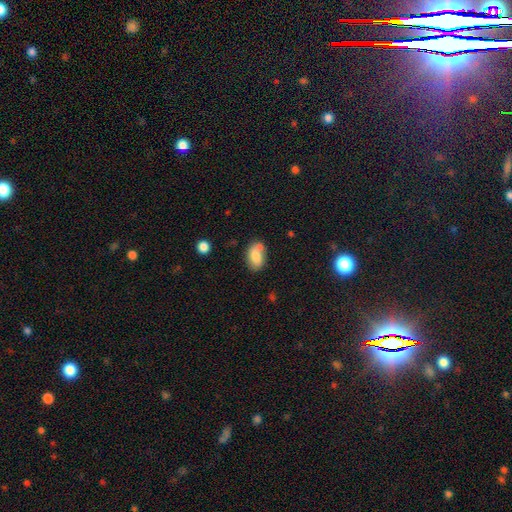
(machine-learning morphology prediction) smooth_or_featured: smooth (p=0.76) [alt: featured or disk p=0.16]
how_rounded: in between (p=0.87) [alt: round p=0.11]
merging: none (p=0.53) [alt: merger p=0.22]